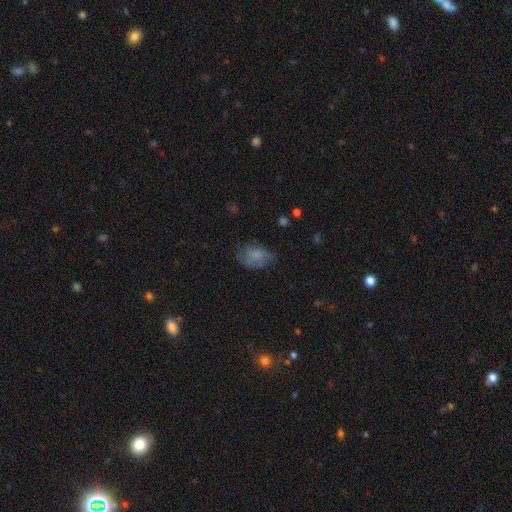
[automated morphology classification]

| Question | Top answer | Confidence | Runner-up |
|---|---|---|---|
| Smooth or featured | smooth | 63% | featured or disk (26%) |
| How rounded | in between | 78% | round (20%) |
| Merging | none | 46% | minor disturbance (31%) |